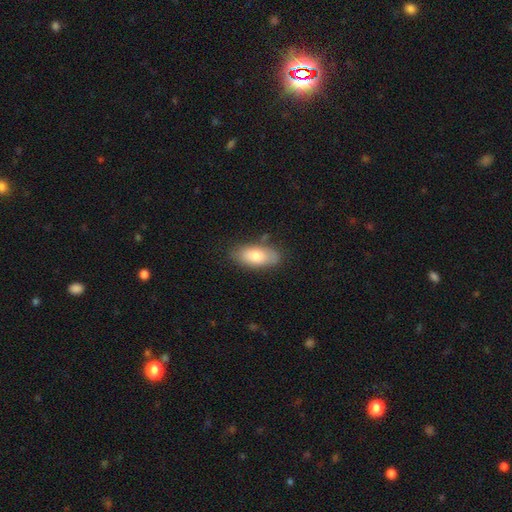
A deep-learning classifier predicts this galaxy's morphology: Smooth or featured? smooth (75%)
How rounded? in between (88%)
Merging? none (78%)